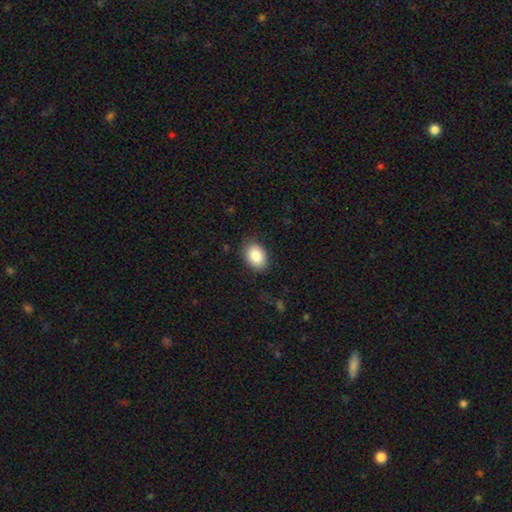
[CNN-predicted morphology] This appears to be a smooth galaxy with no disk features (88%) that is in between round and cigar-shaped (82%). Merging: none (85%).